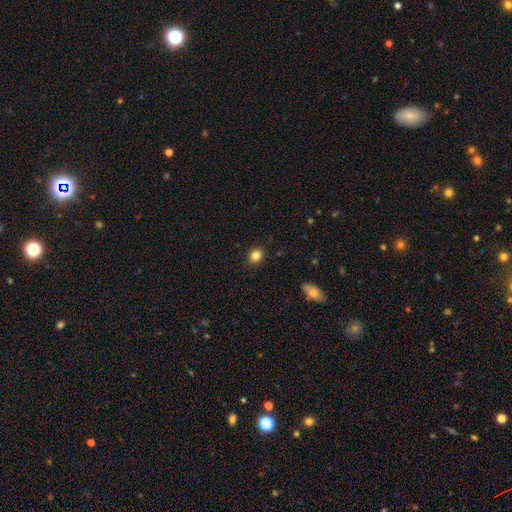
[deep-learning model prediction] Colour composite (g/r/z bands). It shows a smooth galaxy with no disk features (84%) that is round (72%). Merging: none (90%).